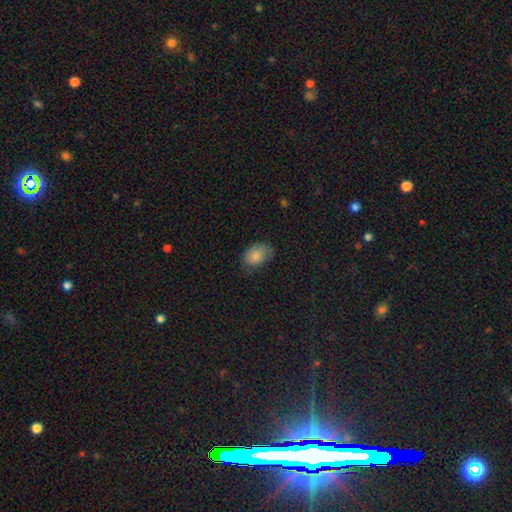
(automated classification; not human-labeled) Smooth or featured: smooth — 83% (featured or disk — 8%)
How rounded: in between — 84% (round — 15%)
Merging: none — 63% (minor disturbance — 28%)